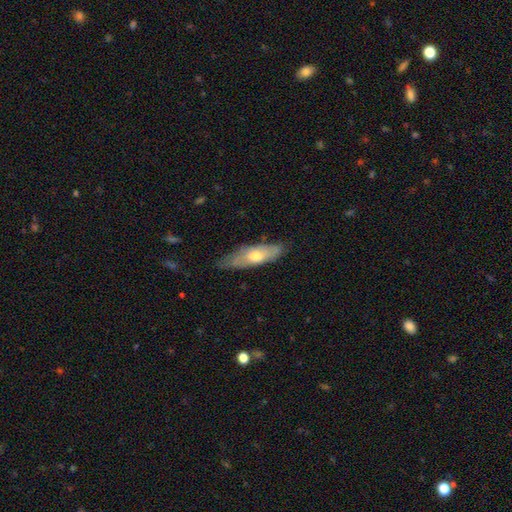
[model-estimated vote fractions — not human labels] A smooth galaxy with no disk features (51%) that is in between round and cigar-shaped (51%).

Vote fractions:
- Smooth or featured? smooth: 51% / featured or disk: 43% / star or artifact: 6%
- How rounded? in between: 51% / cigar-shaped: 47% / round: 2%
- Merging? none: 66% / minor disturbance: 27% / major disturbance: 6% / merger: 1%